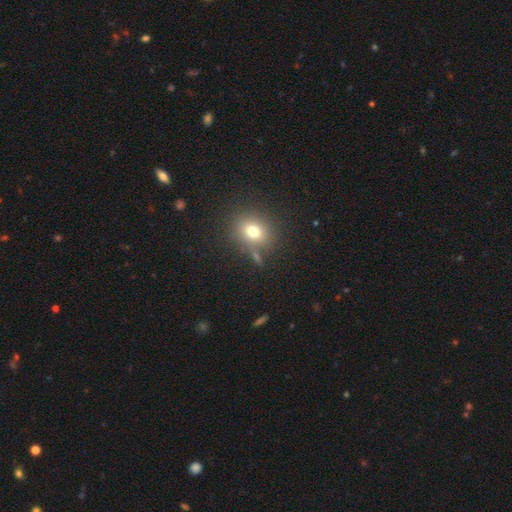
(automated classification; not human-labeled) A smooth galaxy with no disk features (69%) that is round (70%). Merging: none (79%).